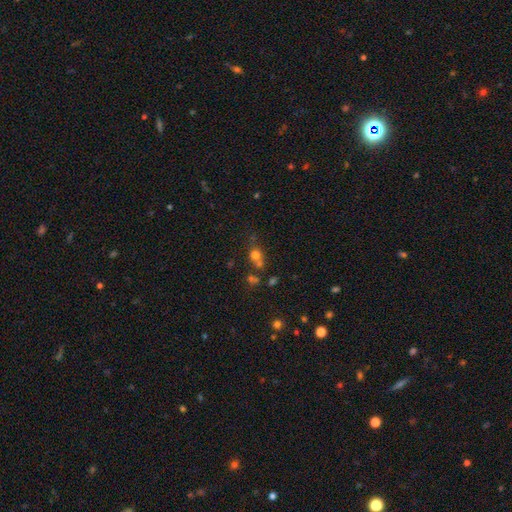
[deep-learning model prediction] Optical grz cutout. It shows a smooth galaxy with no disk features (69%) that is round (79%). Merging: none (51%).